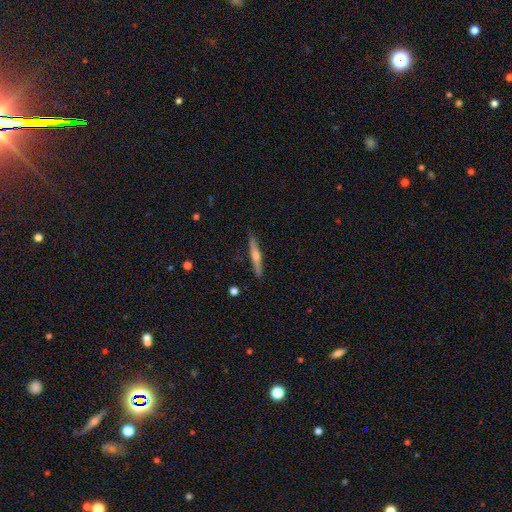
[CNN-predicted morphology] Smooth or featured? featured or disk (55%)
Edge-on disk? yes (97%)
Edge-on bulge? rounded (79%)
Merging? none (89%)